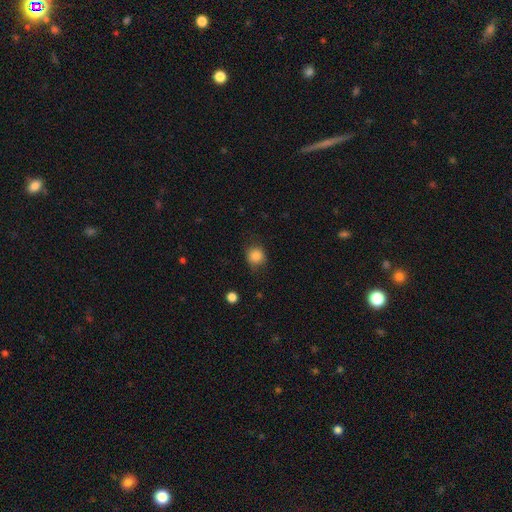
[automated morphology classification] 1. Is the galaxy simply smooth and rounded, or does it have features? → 84% smooth, 10% star or artifact, 5% featured or disk.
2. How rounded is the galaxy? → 82% round, 17% in between, 1% cigar-shaped.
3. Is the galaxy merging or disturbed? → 76% none, 18% minor disturbance, 5% major disturbance, 1% merger.